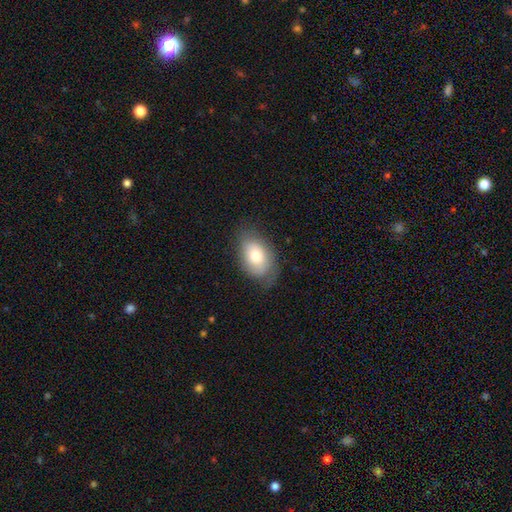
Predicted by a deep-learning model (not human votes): This appears to be a smooth galaxy with no disk features (69%) that is in between round and cigar-shaped (88%). Merging: none (65%).